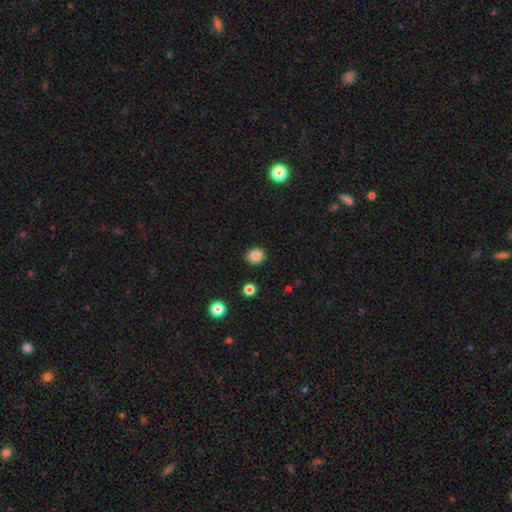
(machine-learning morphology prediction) Smooth or featured? Predicted: smooth (p=0.85). How rounded? Predicted: round (p=0.80). Merging? Predicted: none (p=0.89).